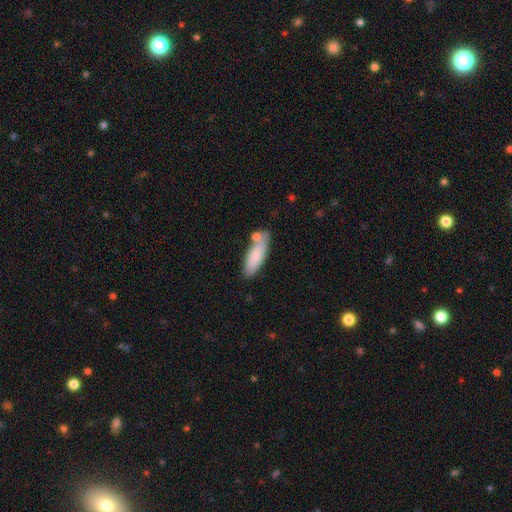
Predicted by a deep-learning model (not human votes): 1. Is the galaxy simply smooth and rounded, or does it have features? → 82% smooth, 12% featured or disk, 6% star or artifact.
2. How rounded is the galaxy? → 59% in between, 39% cigar-shaped, 2% round.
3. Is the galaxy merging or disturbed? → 63% none, 17% minor disturbance, 16% merger, 4% major disturbance.